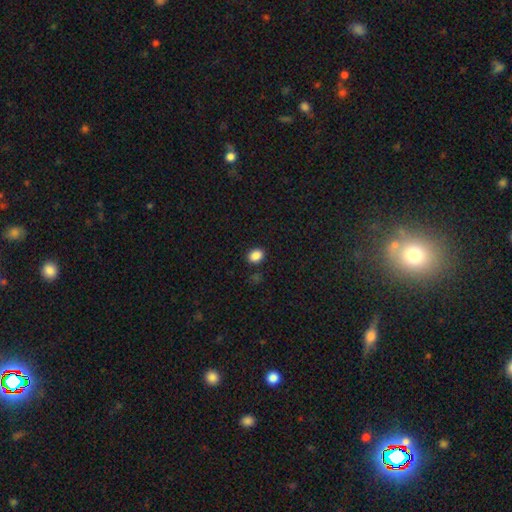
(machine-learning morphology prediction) Smooth or featured?
  - smooth: 87% *
  - star or artifact: 10%
  - featured or disk: 3%
How rounded?
  - in between: 59% *
  - round: 40%
  - cigar-shaped: 1%
Merging?
  - none: 87% *
  - minor disturbance: 8%
  - merger: 2%
  - major disturbance: 2%